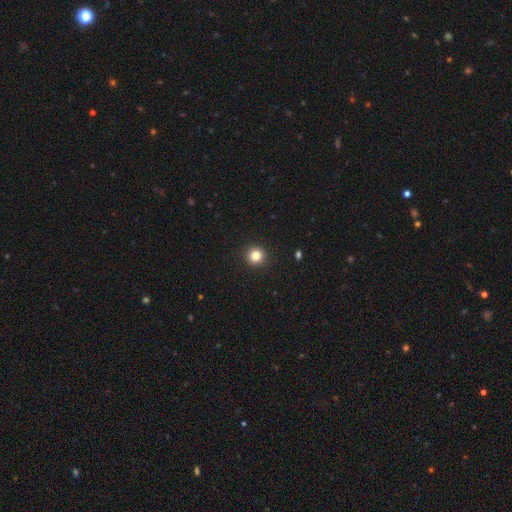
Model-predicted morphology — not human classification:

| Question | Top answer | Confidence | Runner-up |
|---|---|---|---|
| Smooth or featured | smooth | 83% | star or artifact (12%) |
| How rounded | round | 94% | in between (5%) |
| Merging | none | 93% | minor disturbance (4%) |